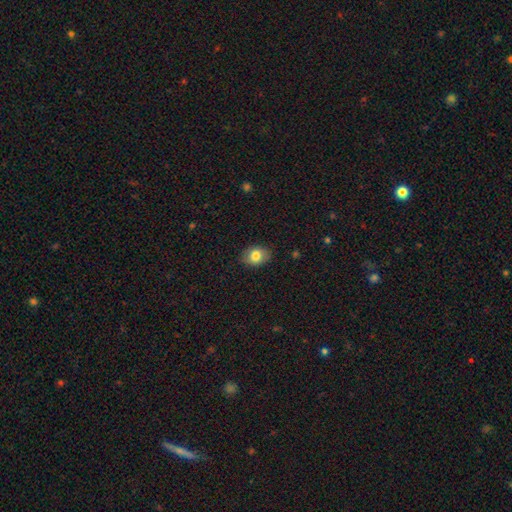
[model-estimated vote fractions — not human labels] Smooth or featured?
  - smooth: 81% *
  - featured or disk: 10%
  - star or artifact: 8%
How rounded?
  - in between: 67% *
  - round: 32%
  - cigar-shaped: 1%
Merging?
  - none: 86% *
  - minor disturbance: 11%
  - major disturbance: 2%
  - merger: 1%